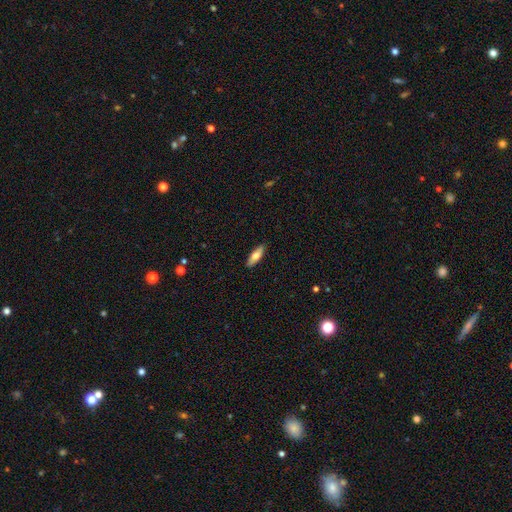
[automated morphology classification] Q: Smooth or featured?
A: smooth (68%); runner-up: featured or disk (26%)
Q: How rounded?
A: in between (52%); runner-up: cigar-shaped (46%)
Q: Merging?
A: none (89%); runner-up: minor disturbance (8%)